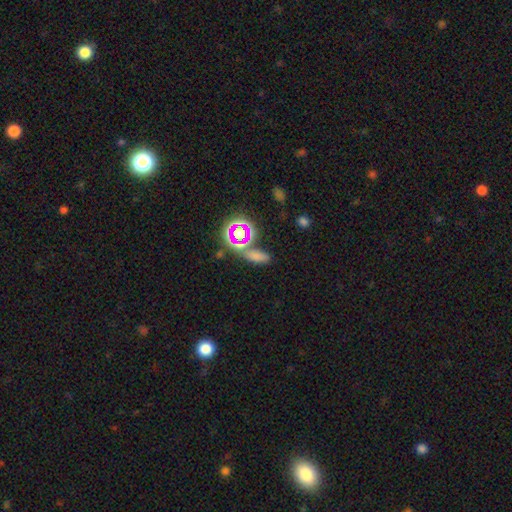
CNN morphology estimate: smooth 59%, star or artifact 29%, featured or disk 11%. Down the decision tree: how rounded — in between (65%); merging — none (63%).